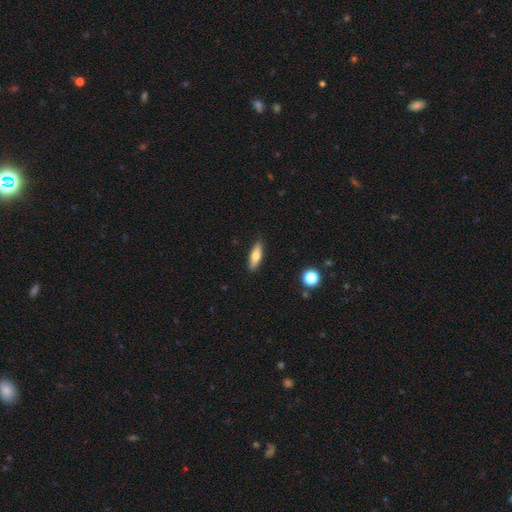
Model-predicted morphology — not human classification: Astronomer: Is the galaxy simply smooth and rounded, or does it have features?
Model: smooth — 67%.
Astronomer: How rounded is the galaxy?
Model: in between — 50% (runner-up: cigar-shaped, 47%).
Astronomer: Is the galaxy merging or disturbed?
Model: none — 88%.